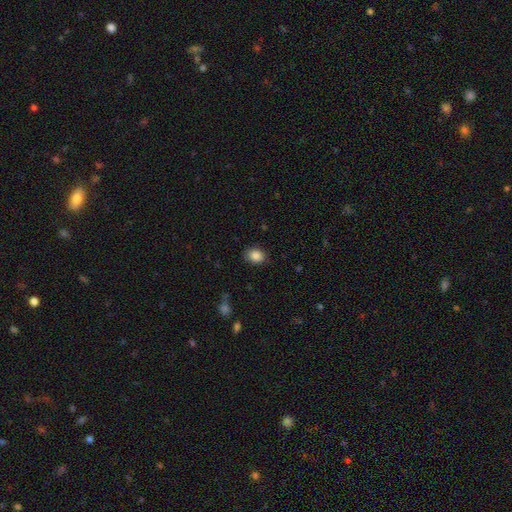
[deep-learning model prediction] Smooth or featured? Predicted: smooth (p=0.87). How rounded? Predicted: in between (p=0.60). Merging? Predicted: none (p=0.80).